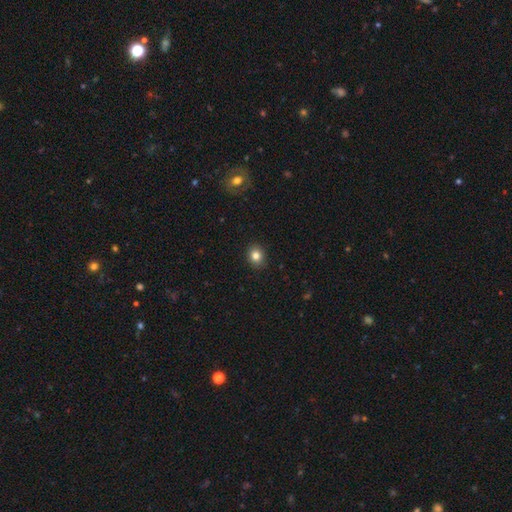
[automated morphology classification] Smooth or featured?
  - smooth: 82% *
  - star or artifact: 11%
  - featured or disk: 7%
How rounded?
  - round: 64% *
  - in between: 35%
  - cigar-shaped: 1%
Merging?
  - none: 90% *
  - minor disturbance: 7%
  - major disturbance: 2%
  - merger: 1%